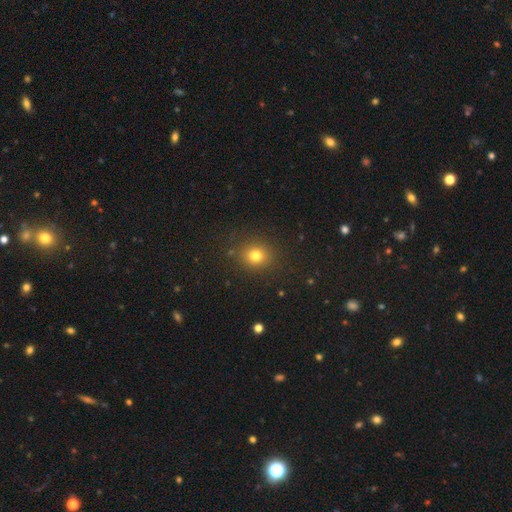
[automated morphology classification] A smooth galaxy with no disk features (78%) that is round (78%). Merging: none (87%).